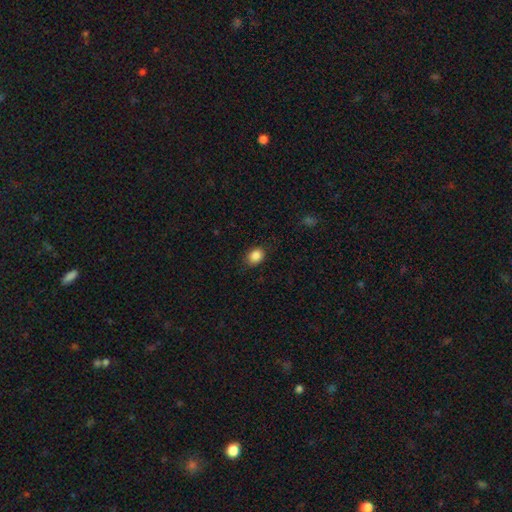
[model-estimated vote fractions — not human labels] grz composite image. It shows a smooth galaxy with no disk features (87%) that is in between round and cigar-shaped (55%). Merging: none (85%).